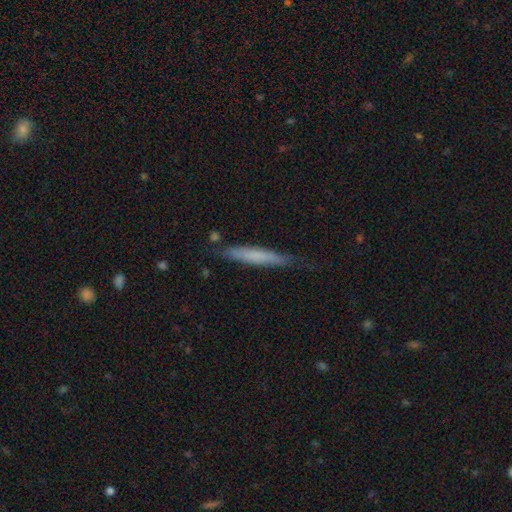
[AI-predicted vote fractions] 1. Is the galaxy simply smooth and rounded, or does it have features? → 63% smooth, 31% featured or disk, 6% star or artifact.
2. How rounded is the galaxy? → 94% cigar-shaped, 5% in between, 1% round.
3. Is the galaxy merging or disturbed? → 76% none, 19% minor disturbance, 4% major disturbance, 2% merger.